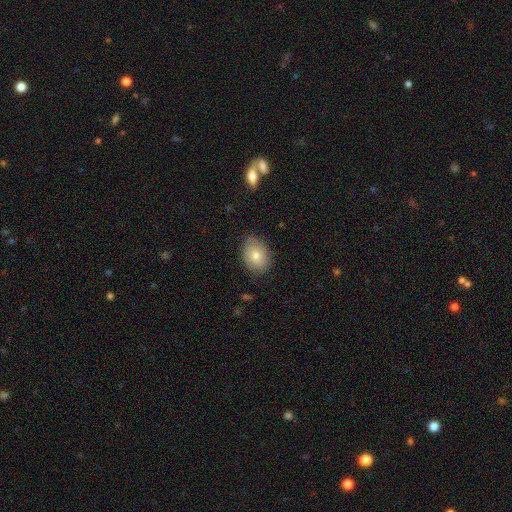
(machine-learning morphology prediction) This is likely a smooth galaxy (72%). How rounded: likely in between (69%). Merging: likely none (80%).